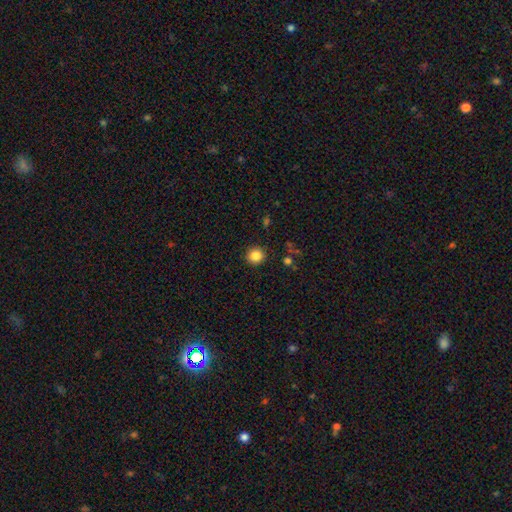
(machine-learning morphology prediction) Smooth or featured?
  - smooth: 84% *
  - star or artifact: 11%
  - featured or disk: 5%
How rounded?
  - round: 90% *
  - in between: 9%
  - cigar-shaped: 1%
Merging?
  - none: 90% *
  - minor disturbance: 6%
  - major disturbance: 2%
  - merger: 1%